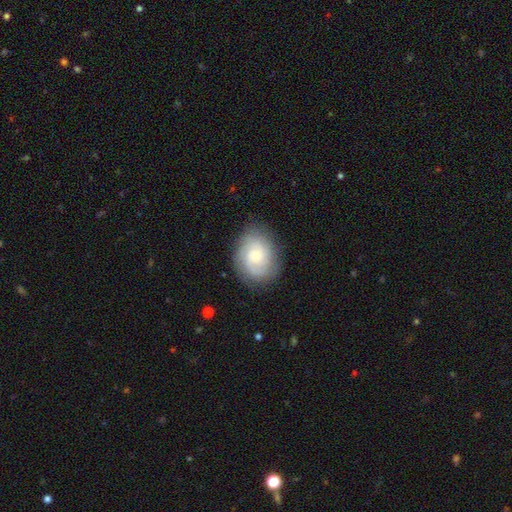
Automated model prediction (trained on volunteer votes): A featured or disk galaxy (66%) with no bar (75%), tight (61%) spiral arms (93%) and a small central bulge (62%). Merging: none (81%).